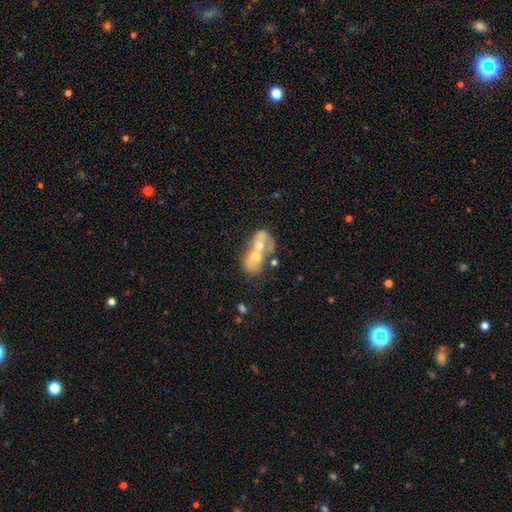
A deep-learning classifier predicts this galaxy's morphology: This appears to be a featured or disk galaxy (46%). Merging: merger (76%).